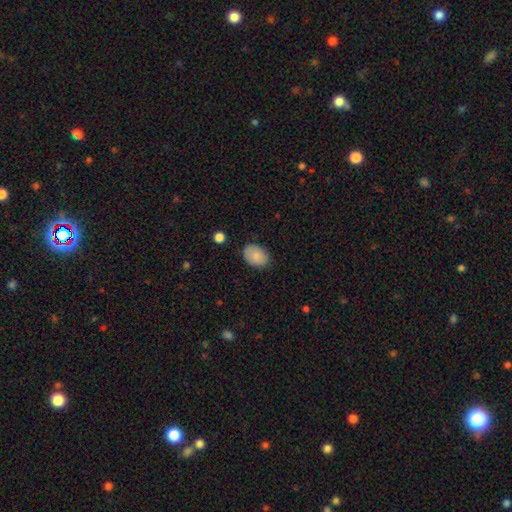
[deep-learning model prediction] Overall: smooth (85%). How rounded: in between (80%). Merging: none (83%).